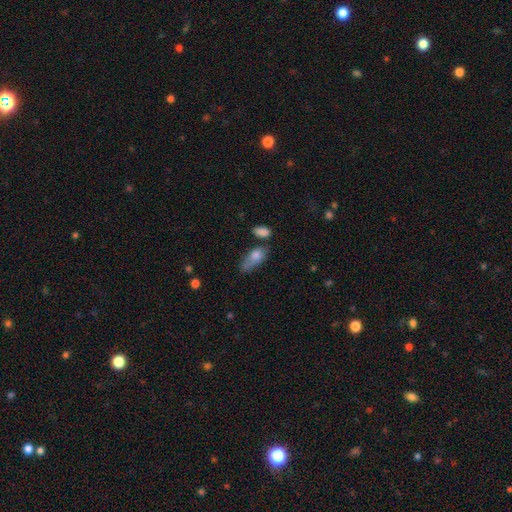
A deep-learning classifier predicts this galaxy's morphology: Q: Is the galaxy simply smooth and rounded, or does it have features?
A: smooth — 70%.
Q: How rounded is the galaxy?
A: in between — 75%.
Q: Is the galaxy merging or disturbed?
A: none — 44%.